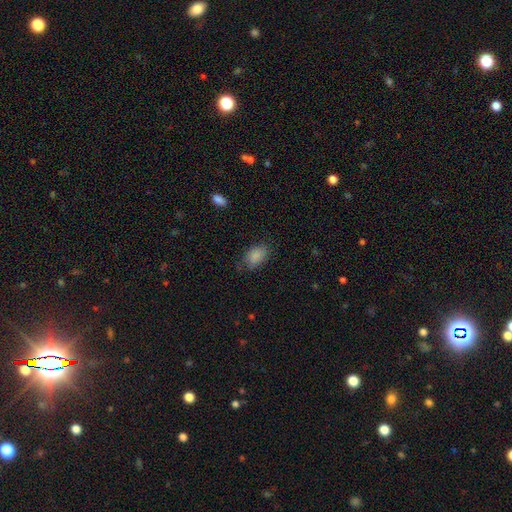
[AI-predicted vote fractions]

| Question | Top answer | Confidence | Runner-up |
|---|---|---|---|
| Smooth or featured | smooth | 86% | star or artifact (8%) |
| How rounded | in between | 88% | round (10%) |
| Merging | none | 71% | minor disturbance (22%) |